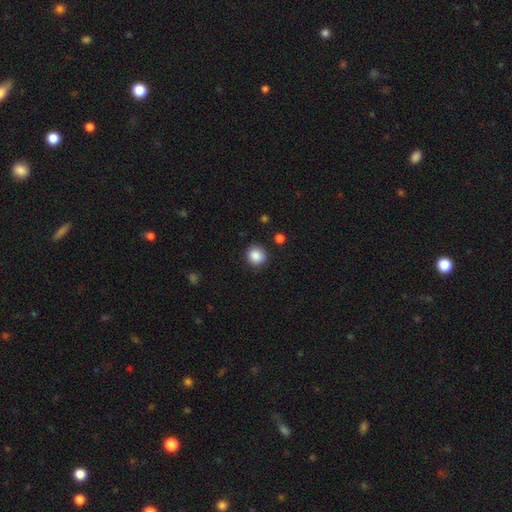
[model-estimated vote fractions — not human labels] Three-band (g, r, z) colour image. It shows a smooth galaxy with no disk features (88%) that is round (88%). Merging: none (89%).